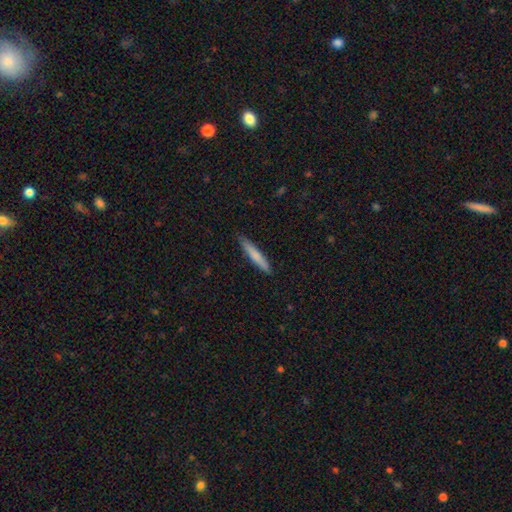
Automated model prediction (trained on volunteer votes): Q: Smooth or featured?
A: smooth (74%); runner-up: featured or disk (20%)
Q: How rounded?
A: cigar-shaped (94%); runner-up: in between (5%)
Q: Merging?
A: none (87%); runner-up: minor disturbance (10%)